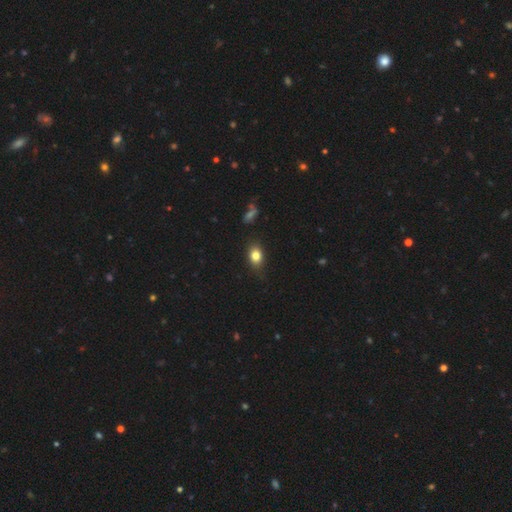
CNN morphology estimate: A smooth galaxy with no disk features (81%) that is in between round and cigar-shaped (70%). Merging: none (77%).